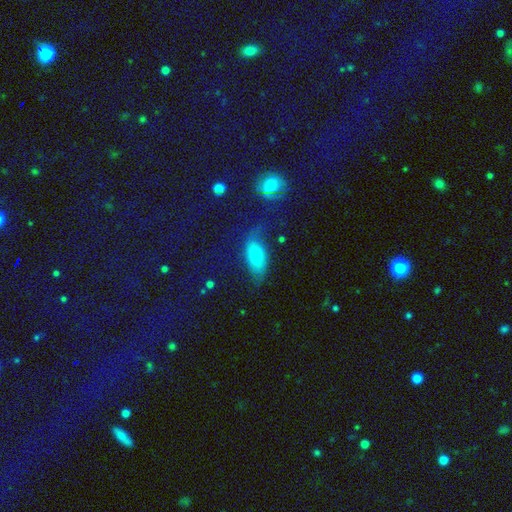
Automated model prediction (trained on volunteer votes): Smooth or featured? smooth (68%)
How rounded? in between (86%)
Merging? none (49%)